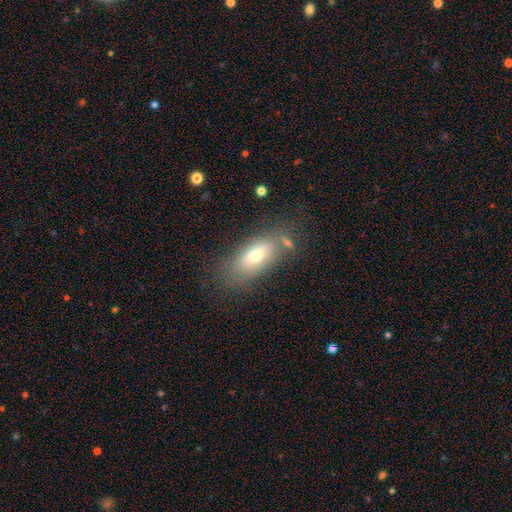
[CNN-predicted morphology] A smooth galaxy with no disk features (66%) that is in between round and cigar-shaped (83%). Merging: none (67%).